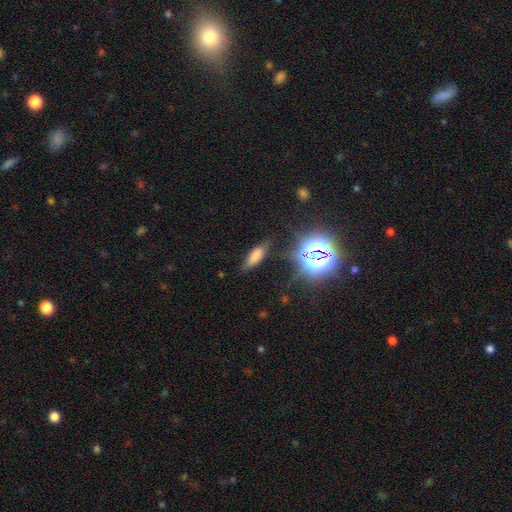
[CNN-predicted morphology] A smooth galaxy with no disk features (69%) that is in between round and cigar-shaped (64%). Merging: none (75%).